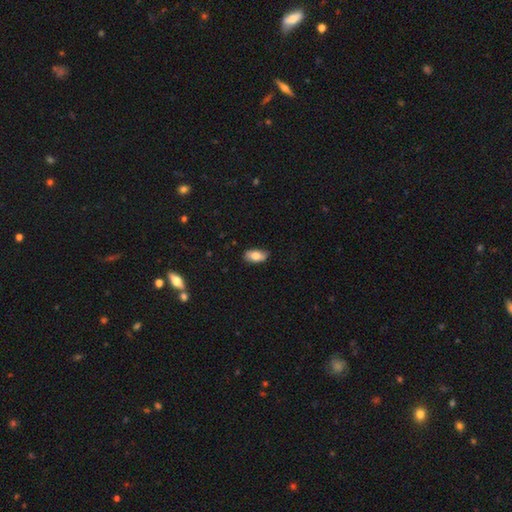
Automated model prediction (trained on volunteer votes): Q: Smooth or featured?
A: smooth (77%); runner-up: featured or disk (16%)
Q: How rounded?
A: in between (91%); runner-up: cigar-shaped (5%)
Q: Merging?
A: none (82%); runner-up: minor disturbance (15%)